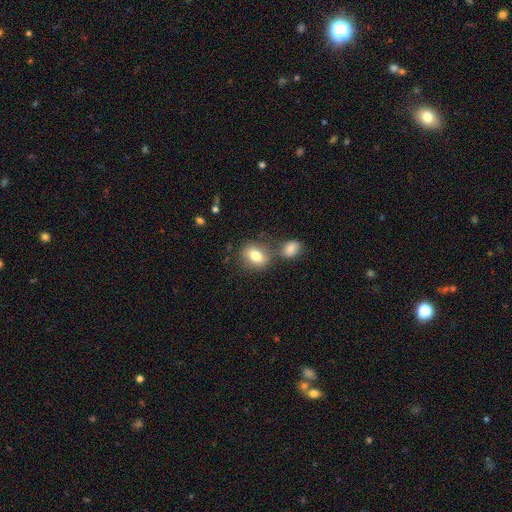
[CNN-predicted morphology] type=smooth (78%); roundness=in between (65%); merging=none (59%).